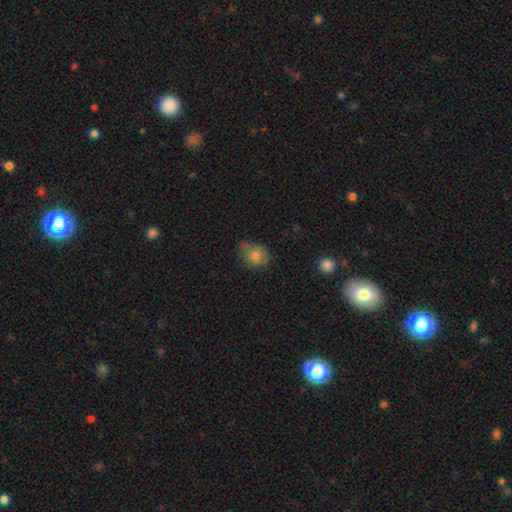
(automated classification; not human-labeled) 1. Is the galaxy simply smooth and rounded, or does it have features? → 75% smooth, 14% featured or disk, 11% star or artifact.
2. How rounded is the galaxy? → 51% in between, 48% round, 1% cigar-shaped.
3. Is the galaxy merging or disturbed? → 57% none, 31% minor disturbance, 9% major disturbance, 3% merger.